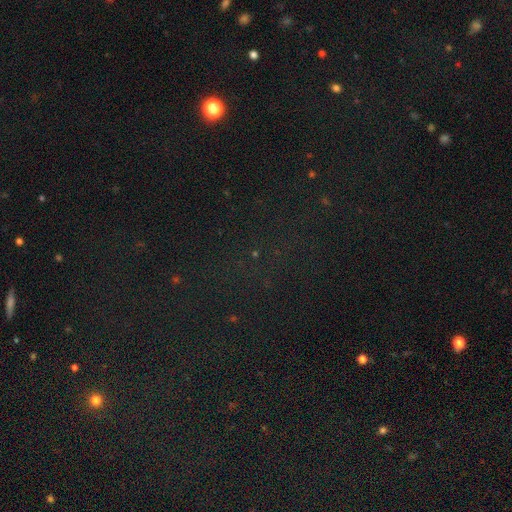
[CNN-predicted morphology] type=star or artifact (77%).